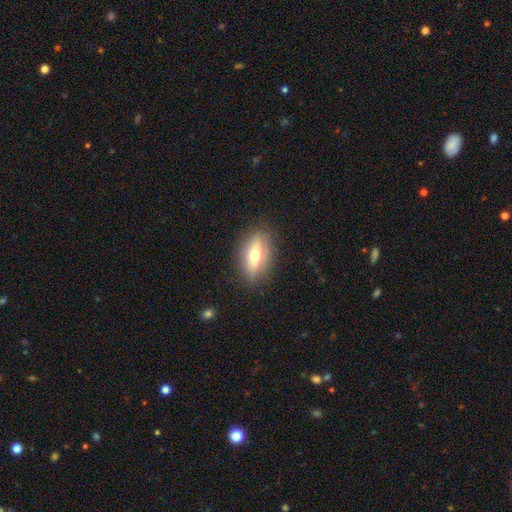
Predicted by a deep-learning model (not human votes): Smooth or featured? smooth (48%)
Merging? none (84%)